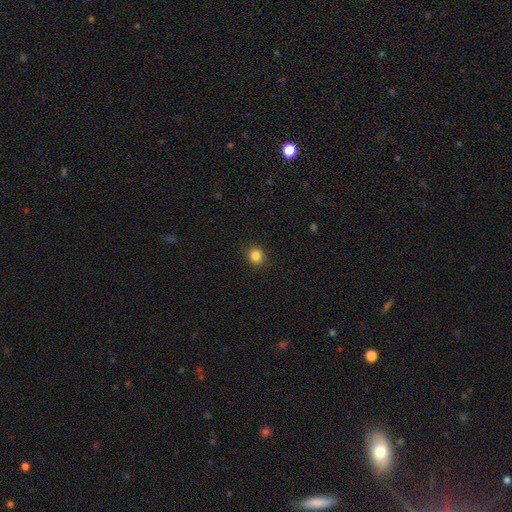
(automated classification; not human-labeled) Overall: smooth (85%). How rounded: round (86%). Merging: none (90%).